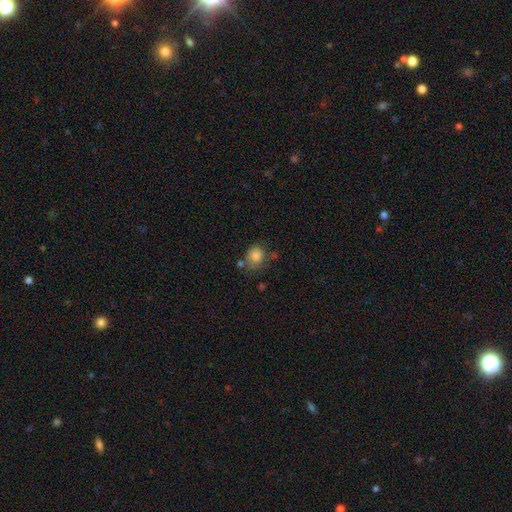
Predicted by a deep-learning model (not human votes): Q: Smooth or featured?
A: smooth (83%); runner-up: star or artifact (9%)
Q: How rounded?
A: round (73%); runner-up: in between (26%)
Q: Merging?
A: none (58%); runner-up: minor disturbance (23%)